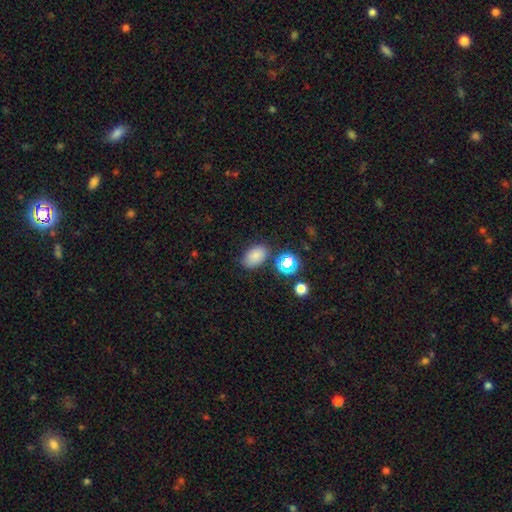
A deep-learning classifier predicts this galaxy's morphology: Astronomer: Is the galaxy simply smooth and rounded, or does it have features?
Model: smooth — 78%.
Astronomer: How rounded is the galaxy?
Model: in between — 86%.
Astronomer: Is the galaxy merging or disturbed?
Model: none — 79%.